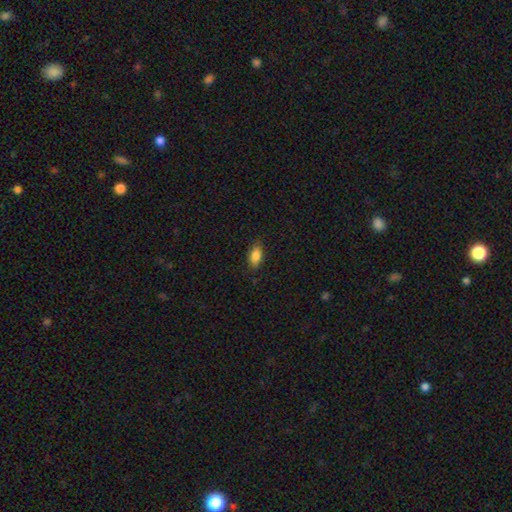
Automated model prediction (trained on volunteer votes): The model was most divided on "merging": none: 84%, minor disturbance: 12%, major disturbance: 3%, merger: 1%. More confident: how rounded — in between (89%); smooth or featured — smooth (86%).